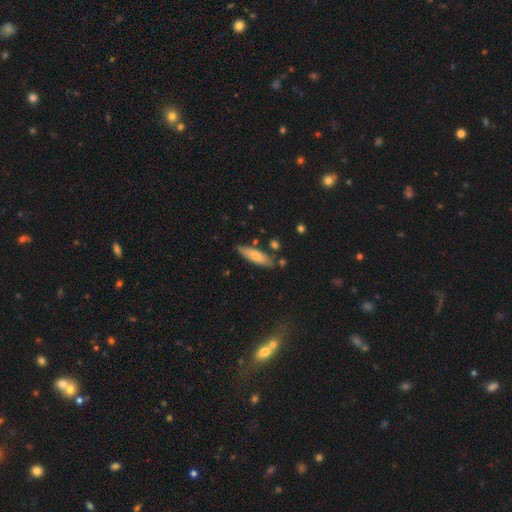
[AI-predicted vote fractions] Smooth or featured? smooth (71%)
How rounded? cigar-shaped (63%)
Merging? none (80%)